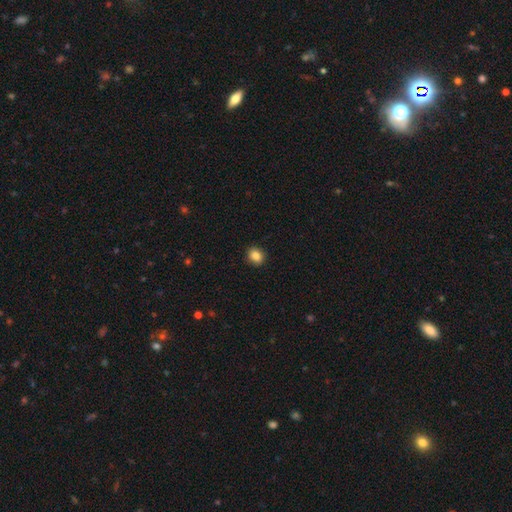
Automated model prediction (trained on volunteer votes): This is clearly a smooth galaxy (86%). How rounded: likely round (67%). Merging: clearly none (89%).